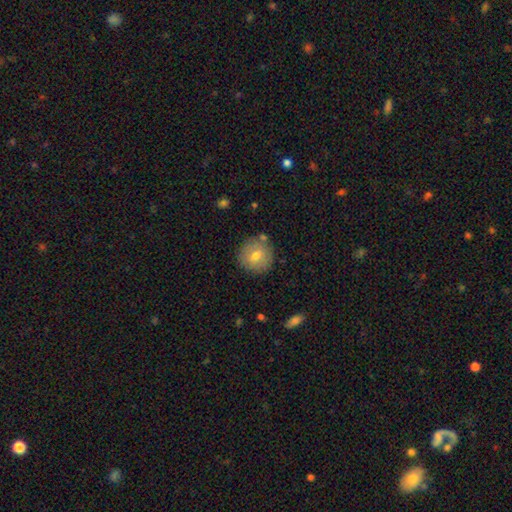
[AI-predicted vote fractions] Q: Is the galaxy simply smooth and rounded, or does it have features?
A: smooth — 73%.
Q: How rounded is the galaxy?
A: round — 91%.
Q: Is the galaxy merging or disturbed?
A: none — 81%.